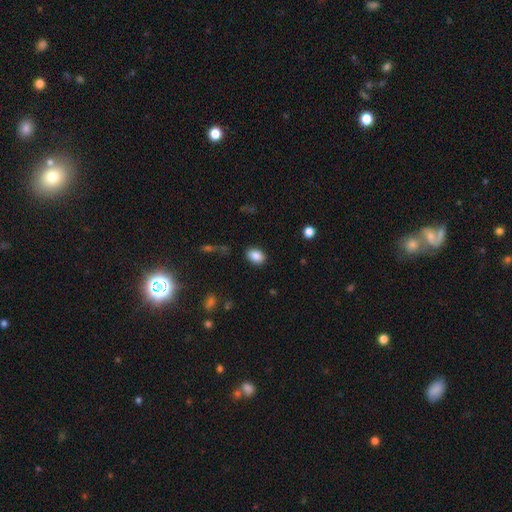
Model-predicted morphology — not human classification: This is clearly a smooth galaxy (87%). How rounded: likely in between (79%). Merging: clearly none (86%).